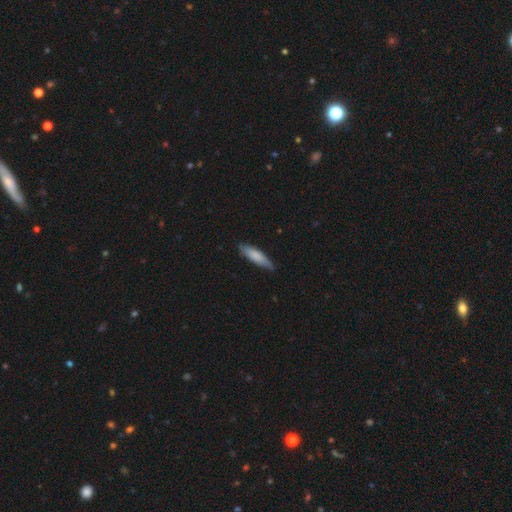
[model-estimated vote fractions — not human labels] The model was most divided on "how rounded": cigar-shaped: 67%, in between: 31%, round: 1%. More confident: smooth or featured — smooth (79%); merging — none (78%).